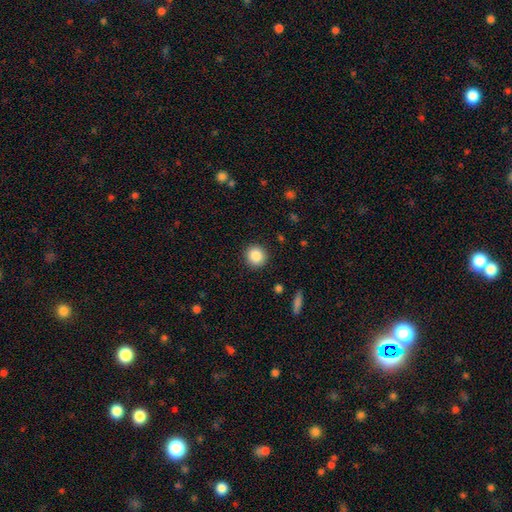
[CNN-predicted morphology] smooth_or_featured: smooth (p=0.86) [alt: star or artifact p=0.09]
how_rounded: round (p=0.93) [alt: in between p=0.06]
merging: none (p=0.91) [alt: minor disturbance p=0.06]